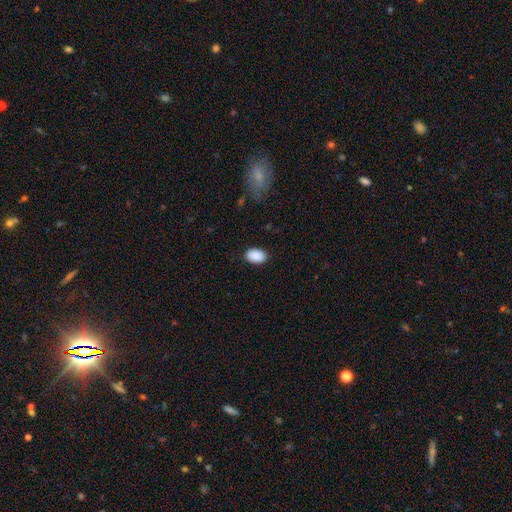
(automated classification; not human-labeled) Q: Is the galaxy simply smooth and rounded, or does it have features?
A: smooth — 91%.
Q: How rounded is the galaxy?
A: in between — 90%.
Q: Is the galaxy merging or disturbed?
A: none — 87%.